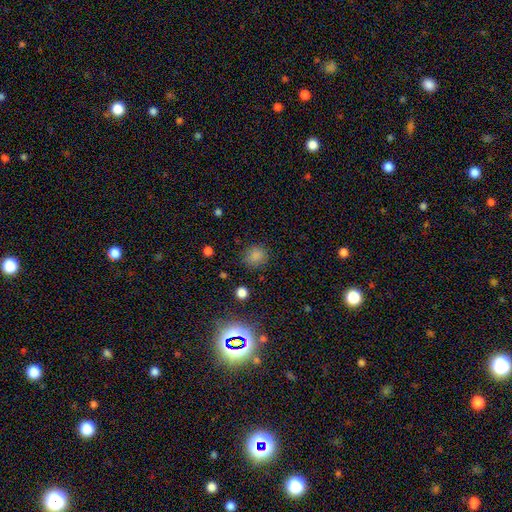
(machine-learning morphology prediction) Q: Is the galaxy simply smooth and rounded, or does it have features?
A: smooth — 81%.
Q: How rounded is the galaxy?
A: round — 85%.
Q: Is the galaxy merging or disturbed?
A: none — 84%.